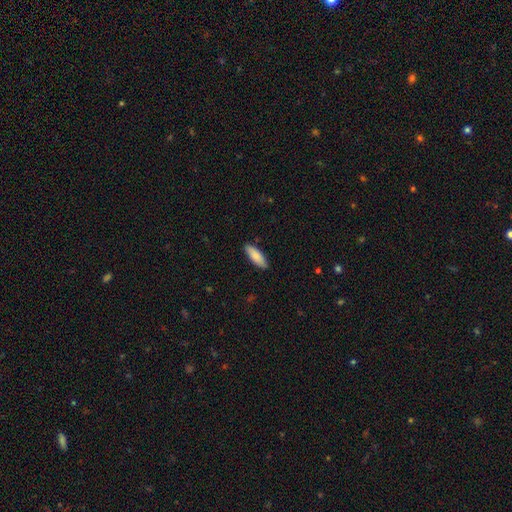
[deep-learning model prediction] Smooth or featured? Predicted: smooth (p=0.85). How rounded? Predicted: in between (p=0.63). Merging? Predicted: none (p=0.89).